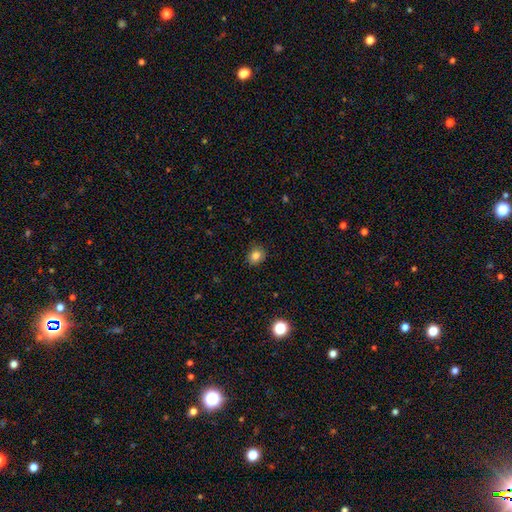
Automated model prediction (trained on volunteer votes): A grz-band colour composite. It shows a smooth galaxy with no disk features (83%) that is round (63%). Merging: none (85%).